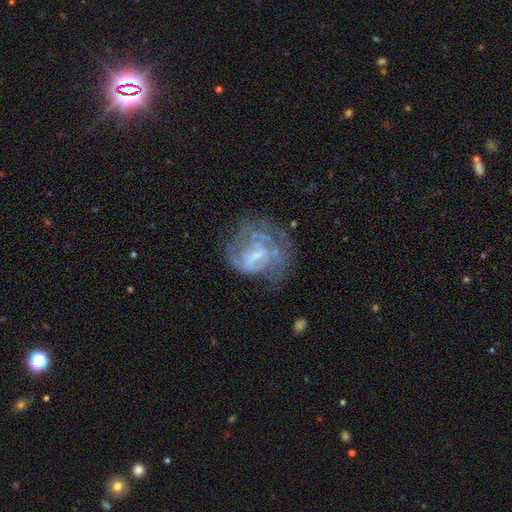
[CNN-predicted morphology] Smooth or featured?
  - featured or disk: 71% *
  - smooth: 18%
  - star or artifact: 10%
Edge-on disk?
  - no: 97% *
  - yes: 3%
Bar?
  - weak: 50% *
  - no: 33%
  - strong: 17%
Spiral arms?
  - yes: 67% *
  - no: 33%
Bulge size?
  - small: 49% *
  - moderate: 25%
  - none: 23%
  - large: 2%
  - dominant: 1%
Merging?
  - none: 49% *
  - major disturbance: 26%
  - minor disturbance: 22%
  - merger: 3%